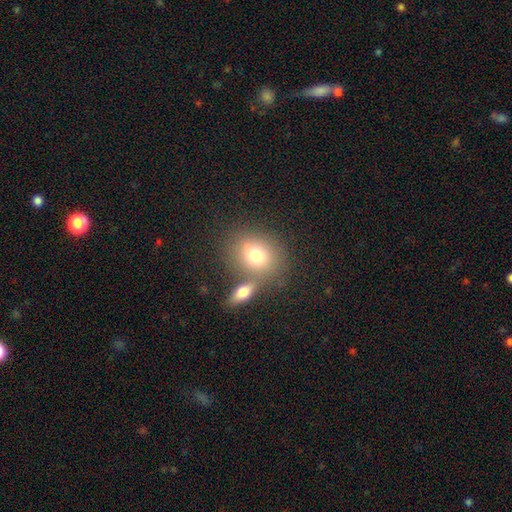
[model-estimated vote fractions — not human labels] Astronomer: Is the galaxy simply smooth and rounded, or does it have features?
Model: smooth — 74%.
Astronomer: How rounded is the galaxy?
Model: round — 64%.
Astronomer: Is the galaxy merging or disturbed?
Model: none — 55% (runner-up: merger, 30%).